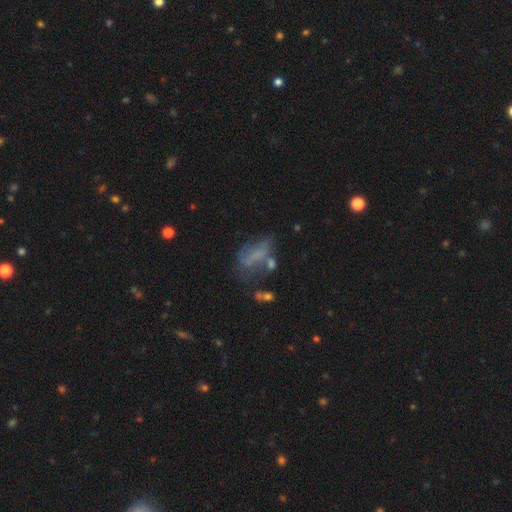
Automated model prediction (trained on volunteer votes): This appears to be a smooth galaxy with no disk features (42%). Merging: none (34%).